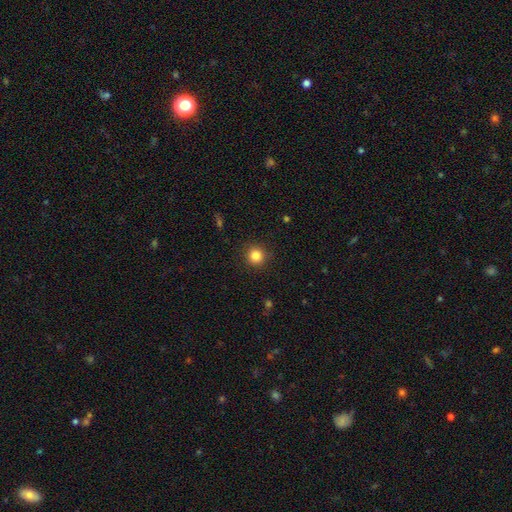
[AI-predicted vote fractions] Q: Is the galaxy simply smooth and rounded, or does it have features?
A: smooth — 84%.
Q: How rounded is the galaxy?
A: round — 94%.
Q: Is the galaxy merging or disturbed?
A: none — 91%.